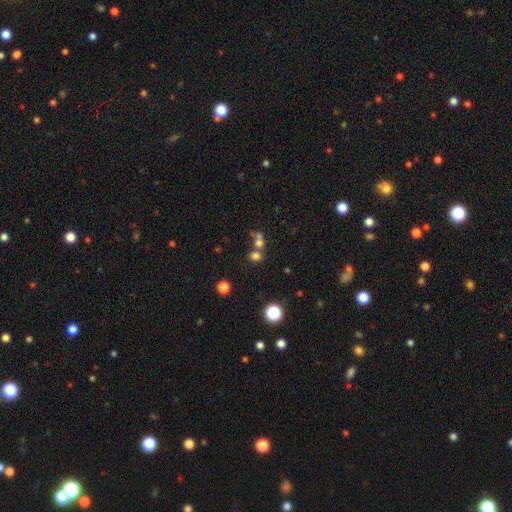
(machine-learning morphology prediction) Smooth or featured? Predicted: smooth (p=0.70). How rounded? Predicted: round (p=0.67). Merging? Predicted: none (p=0.48).